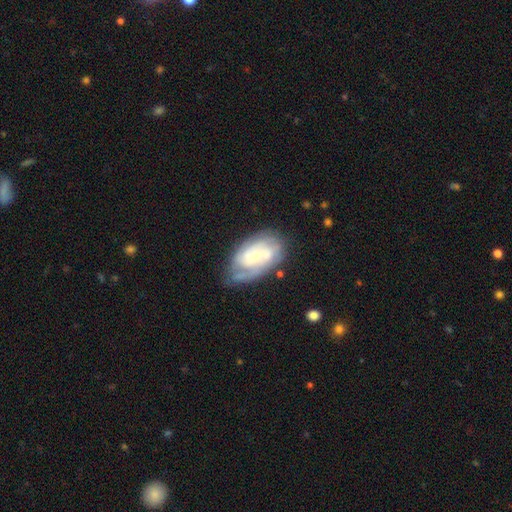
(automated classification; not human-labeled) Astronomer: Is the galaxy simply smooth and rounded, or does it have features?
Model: featured or disk — 76%.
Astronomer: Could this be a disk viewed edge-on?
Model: no — 96%.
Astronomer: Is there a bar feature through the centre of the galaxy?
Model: no — 53% (runner-up: weak, 37%).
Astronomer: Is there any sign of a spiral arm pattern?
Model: yes — 90%.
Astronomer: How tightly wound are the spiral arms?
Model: tight — 59%.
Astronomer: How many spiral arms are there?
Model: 2 — 41% (runner-up: can't tell, 34%).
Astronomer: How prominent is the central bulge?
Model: small — 64%.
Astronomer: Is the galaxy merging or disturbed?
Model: none — 63%.